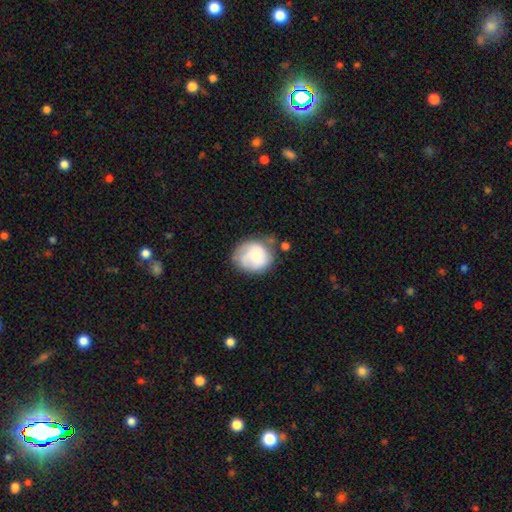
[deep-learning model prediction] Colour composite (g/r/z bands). It shows a smooth galaxy with no disk features (50%). Merging: none (56%).